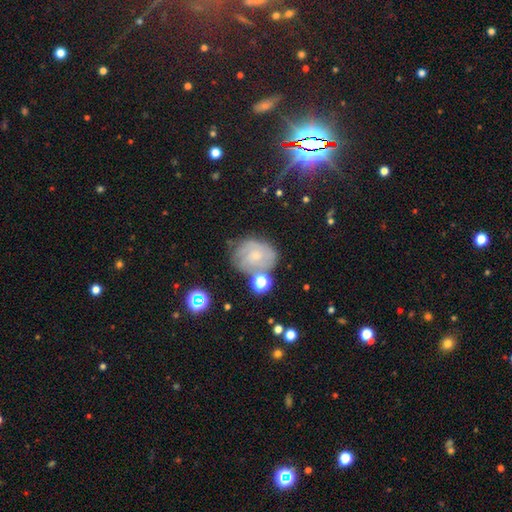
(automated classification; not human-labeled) Q: Smooth or featured?
A: featured or disk (57%); runner-up: smooth (28%)
Q: Edge-on disk?
A: no (97%); runner-up: yes (3%)
Q: Bar?
A: no (74%); runner-up: weak (22%)
Q: Spiral arms?
A: yes (82%); runner-up: no (18%)
Q: Bulge size?
A: small (69%); runner-up: moderate (24%)
Q: Merging?
A: none (58%); runner-up: minor disturbance (22%)